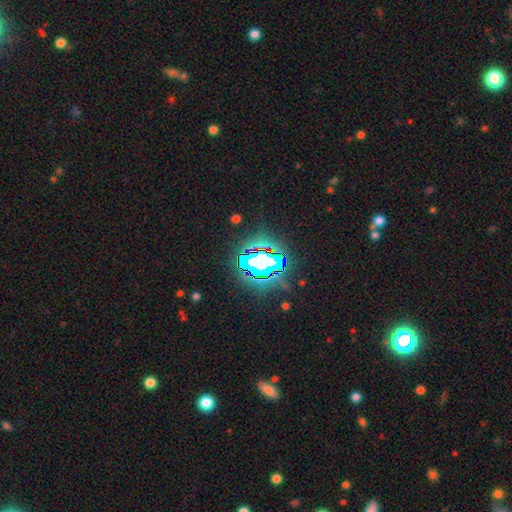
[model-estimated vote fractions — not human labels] Smooth or featured? star or artifact (71%)